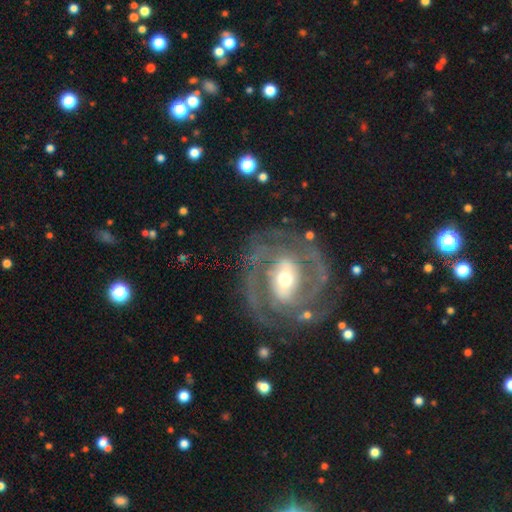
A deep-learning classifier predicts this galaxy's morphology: Smooth or featured?
  - featured or disk: 89% *
  - smooth: 6%
  - star or artifact: 5%
Edge-on disk?
  - no: 97% *
  - yes: 3%
Bar?
  - strong: 39% *
  - weak: 35%
  - no: 26%
Spiral arms?
  - yes: 95% *
  - no: 5%
Spiral winding?
  - tight: 55% *
  - medium: 37%
  - loose: 8%
Spiral arm count?
  - 2: 67% *
  - 3: 12%
  - can't tell: 11%
  - 4: 3%
  - 1: 3%
  - more than 4: 3%
Bulge size?
  - moderate: 60% *
  - small: 28%
  - large: 10%
  - dominant: 1%
  - none: 1%
Merging?
  - none: 77% *
  - minor disturbance: 13%
  - major disturbance: 8%
  - merger: 2%